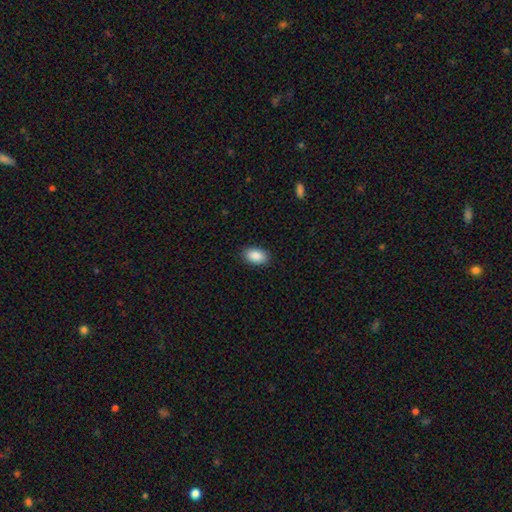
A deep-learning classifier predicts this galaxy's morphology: Overall: smooth (89%). How rounded: in between (92%). Merging: none (88%).